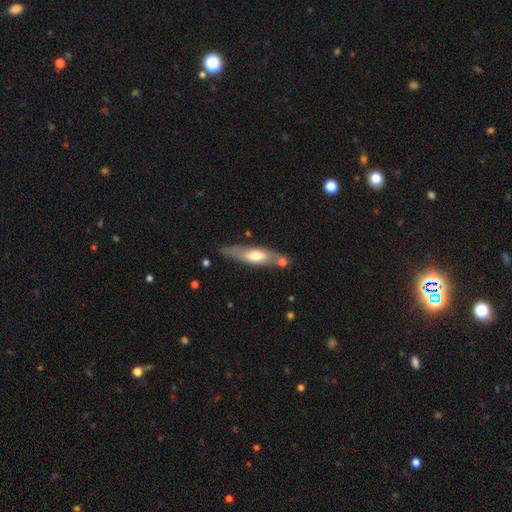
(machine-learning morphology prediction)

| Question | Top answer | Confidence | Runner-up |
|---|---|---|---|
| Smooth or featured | smooth | 50% | featured or disk (44%) |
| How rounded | cigar-shaped | 61% | in between (37%) |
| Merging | none | 69% | minor disturbance (17%) |